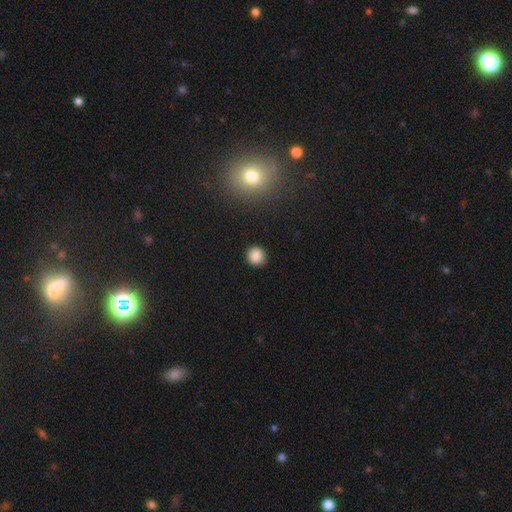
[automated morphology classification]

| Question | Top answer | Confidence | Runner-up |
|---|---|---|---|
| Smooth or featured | smooth | 86% | star or artifact (11%) |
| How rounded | round | 90% | in between (8%) |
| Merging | none | 90% | minor disturbance (6%) |